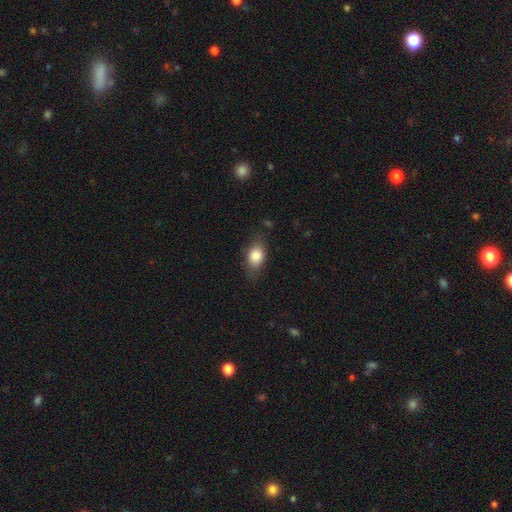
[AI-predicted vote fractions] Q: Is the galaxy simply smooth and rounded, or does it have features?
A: smooth — 82%.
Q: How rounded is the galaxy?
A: in between — 77%.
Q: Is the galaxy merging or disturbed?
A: none — 72%.